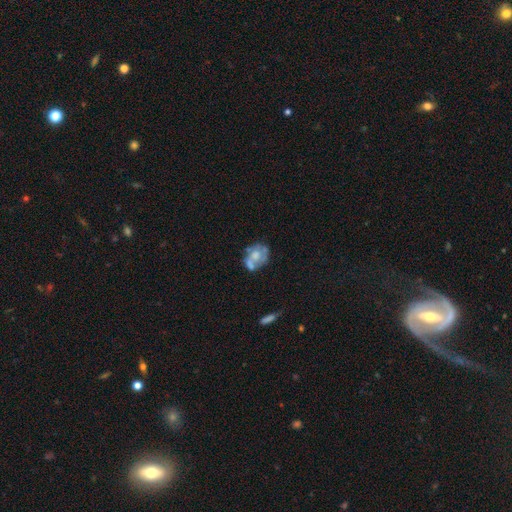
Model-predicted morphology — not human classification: Smooth or featured? featured or disk (57%)
Edge-on disk? no (97%)
Bar? no (85%)
Spiral arms? no (67%)
Bulge size? moderate (41%)
Merging? none (41%)